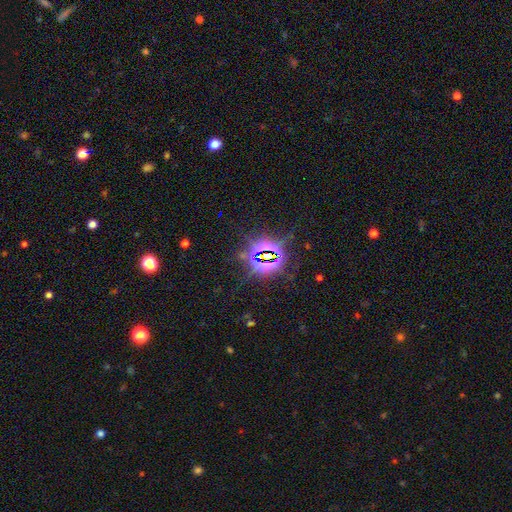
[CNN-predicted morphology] smooth-or-featured: star or artifact: 82% | smooth: 10% | featured or disk: 7%